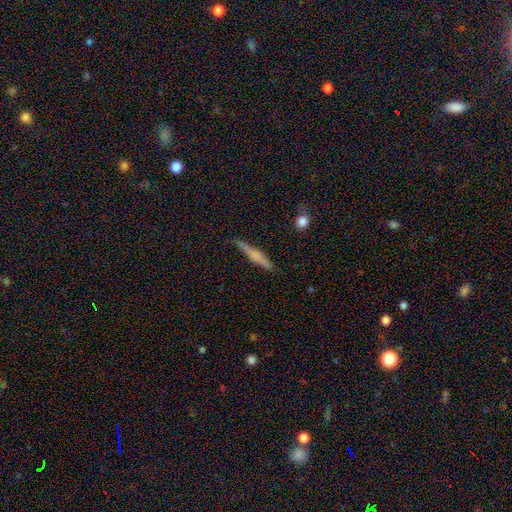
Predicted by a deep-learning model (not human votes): A featured or disk galaxy (48%). Merging: none (84%).